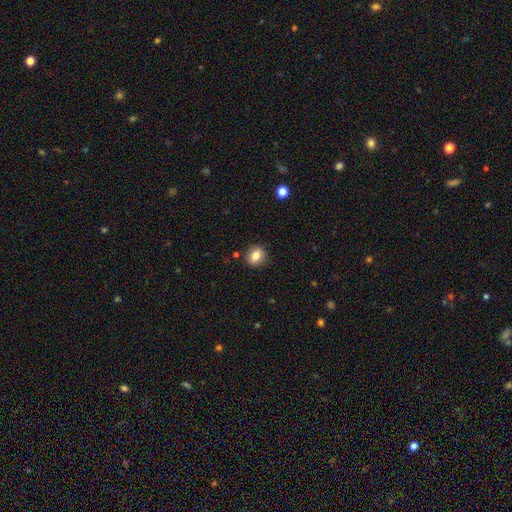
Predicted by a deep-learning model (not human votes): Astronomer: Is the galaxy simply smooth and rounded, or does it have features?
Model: smooth — 80%.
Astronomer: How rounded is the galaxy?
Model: round — 65%.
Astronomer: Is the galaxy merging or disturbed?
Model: none — 88%.